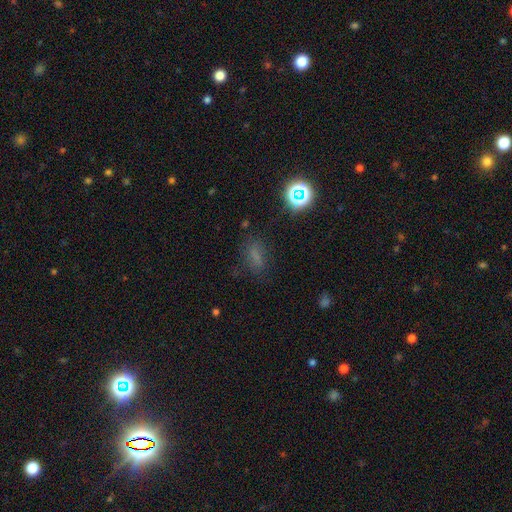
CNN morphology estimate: smooth 57%, star or artifact 29%, featured or disk 14%. Down the decision tree: how rounded — in between (67%); merging — none (71%).